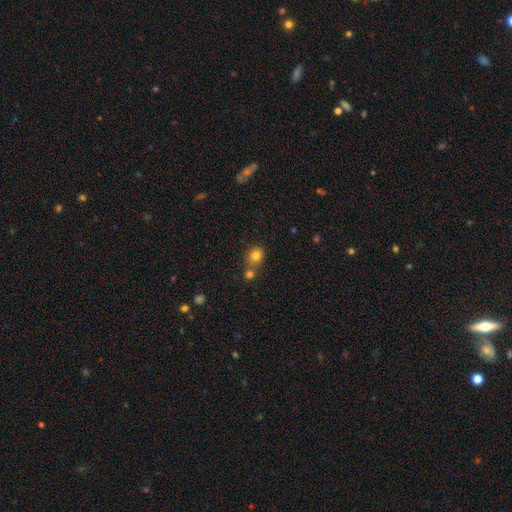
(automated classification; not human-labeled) This is likely a smooth galaxy (80%). How rounded: likely round (70%). Merging: possibly none (55%).